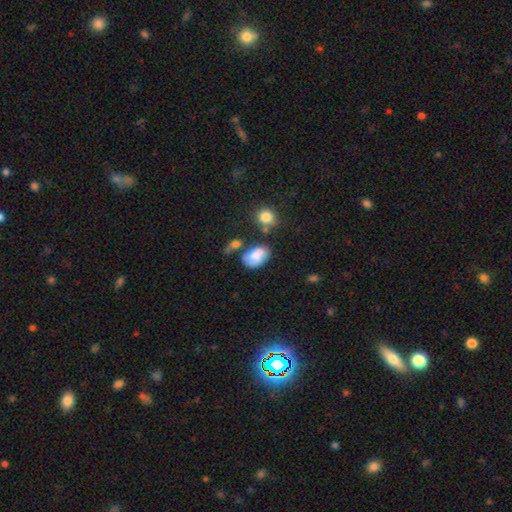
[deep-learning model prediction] Overall: smooth (64%; featured or disk 27%). How rounded: in between (85%). Merging: none (49%; minor disturbance 26%).